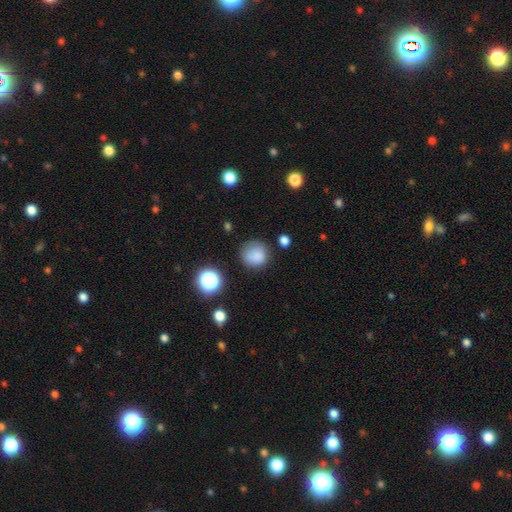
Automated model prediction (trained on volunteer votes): The model was most divided on "merging": none: 72%, minor disturbance: 18%, major disturbance: 7%, merger: 3%. More confident: how rounded — round (89%); smooth or featured — smooth (80%).